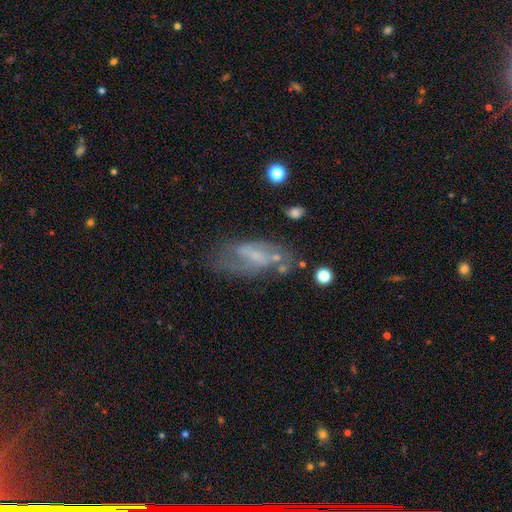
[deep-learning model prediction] Overall: featured or disk (58%; smooth 32%). Edge-on disk: no (86%). Bar: weak (40%; no 36%). Spiral arms: yes (56%; no 44%). Bulge size: small (40%; none 39%). Merging: none (51%; minor disturbance 24%).